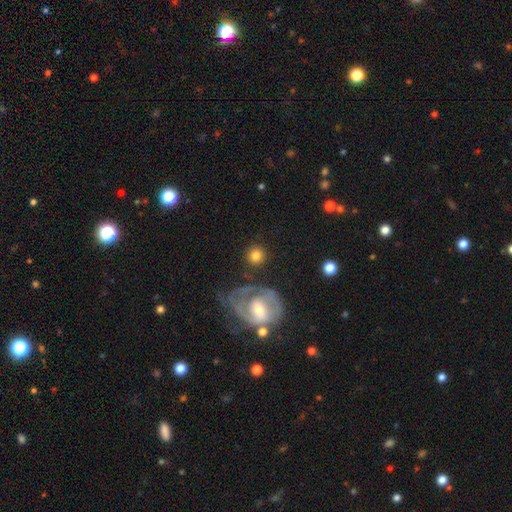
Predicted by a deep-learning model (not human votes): The model was most divided on "smooth or featured": smooth: 75%, featured or disk: 17%, star or artifact: 8%. More confident: how rounded — round (91%); merging — none (81%).